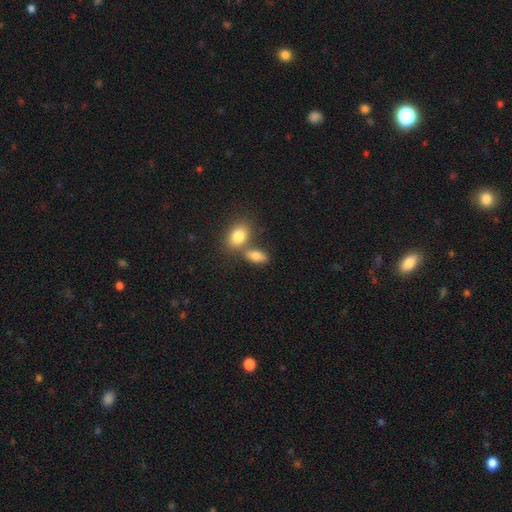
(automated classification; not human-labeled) smooth_or_featured: smooth (p=0.80) [alt: featured or disk p=0.11]
how_rounded: in between (p=0.86) [alt: round p=0.09]
merging: none (p=0.49) [alt: merger p=0.36]